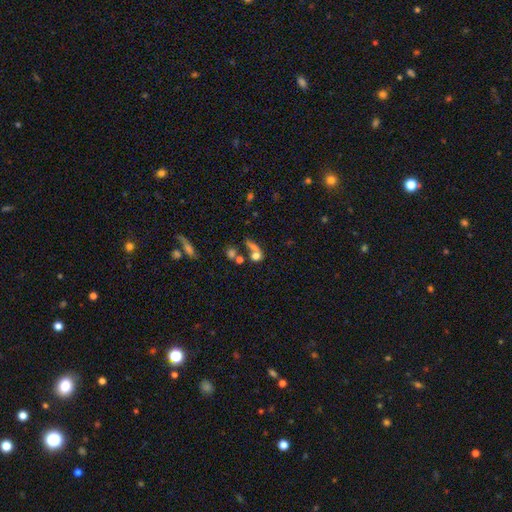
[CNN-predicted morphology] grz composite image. It shows a smooth galaxy with no disk features (64%) that is round (54%). Merging: merger (40%).